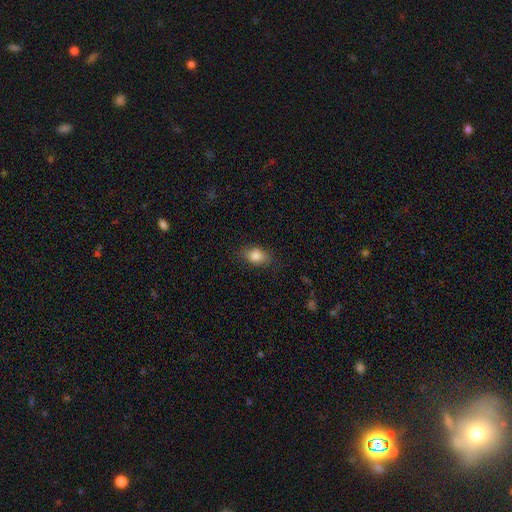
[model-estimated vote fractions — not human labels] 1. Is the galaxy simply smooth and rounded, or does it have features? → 84% smooth, 9% star or artifact, 8% featured or disk.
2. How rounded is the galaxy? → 78% in between, 20% round, 2% cigar-shaped.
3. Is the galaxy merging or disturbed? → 81% none, 14% minor disturbance, 4% major disturbance, 1% merger.